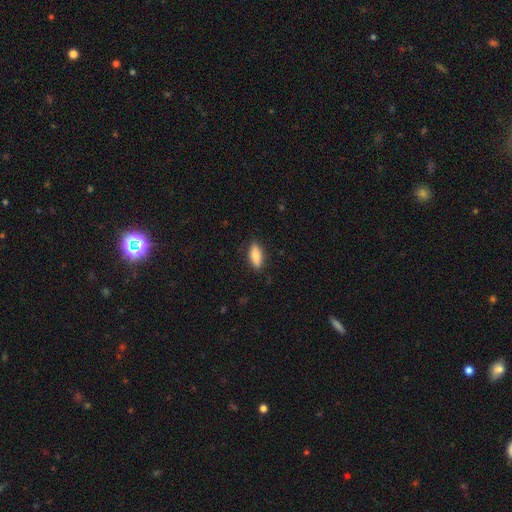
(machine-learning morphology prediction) Smooth or featured?
  - smooth: 83% *
  - featured or disk: 11%
  - star or artifact: 6%
How rounded?
  - in between: 68% *
  - cigar-shaped: 29%
  - round: 2%
Merging?
  - none: 86% *
  - minor disturbance: 11%
  - major disturbance: 2%
  - merger: 1%